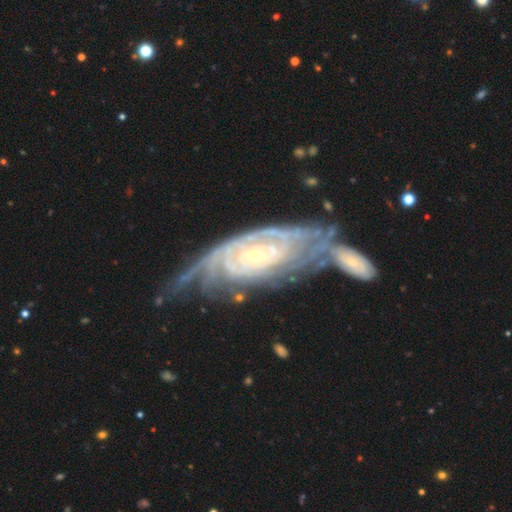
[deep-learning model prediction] Smooth or featured? Predicted: featured or disk (p=0.89). Edge-on disk? Predicted: no (p=0.93). Bar? Predicted: no (p=0.61). Spiral arms? Predicted: yes (p=0.94). Spiral winding? Predicted: tight (p=0.79). Spiral arm count? Predicted: can't tell (p=0.48). Bulge size? Predicted: small (p=0.71). Merging? Predicted: merger (p=0.39).